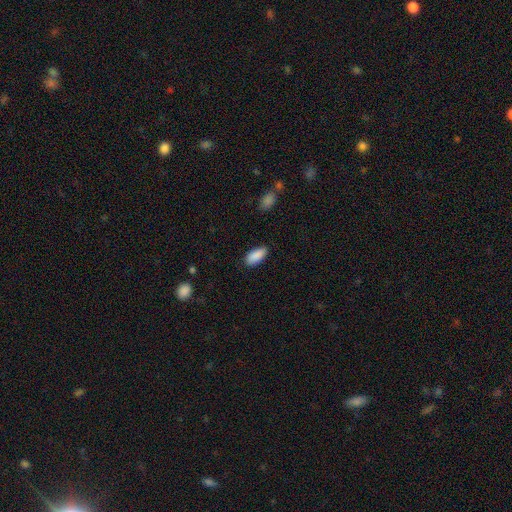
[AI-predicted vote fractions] Smooth or featured? smooth (90%)
How rounded? in between (90%)
Merging? none (82%)